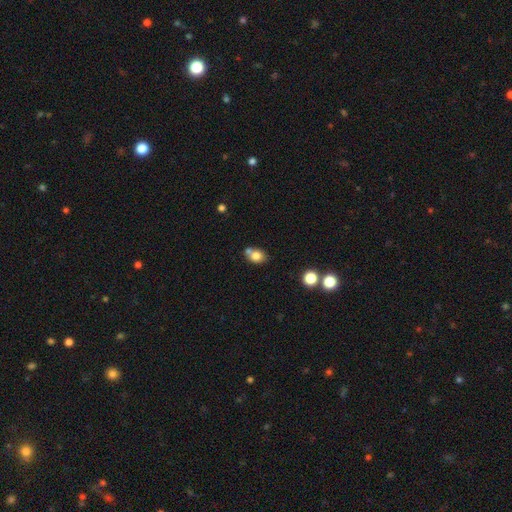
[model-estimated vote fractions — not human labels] A smooth galaxy with no disk features (79%) that is in between round and cigar-shaped (52%).

Vote fractions:
- Smooth or featured? smooth: 79% / star or artifact: 11% / featured or disk: 11%
- How rounded? in between: 52% / round: 47% / cigar-shaped: 1%
- Merging? none: 54% / merger: 30% / minor disturbance: 12% / major disturbance: 4%